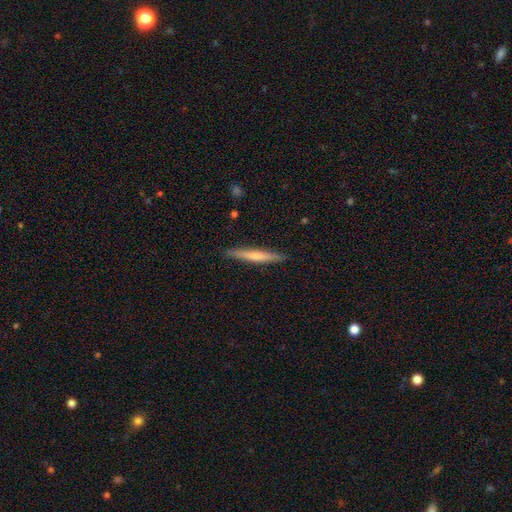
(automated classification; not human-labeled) A smooth galaxy with no disk features (47%, tied with featured or disk).

Vote fractions:
- Smooth or featured? smooth: 47% (tied) / featured or disk: 47% (tied) / star or artifact: 5%
- Merging? none: 91% / minor disturbance: 7% / major disturbance: 1% / merger: 1%